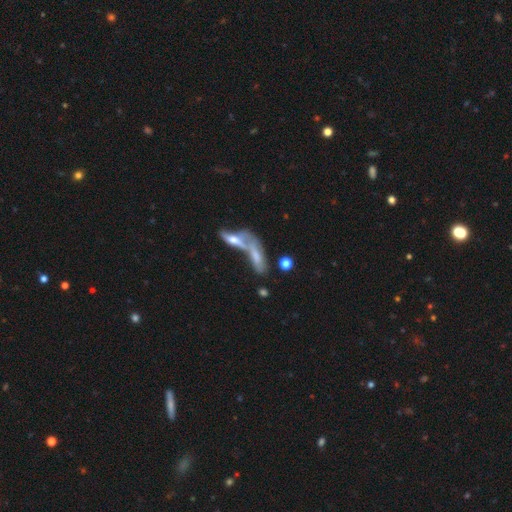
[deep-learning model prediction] Smooth or featured: smooth — 51% (featured or disk — 40%)
How rounded: in between — 50% (cigar-shaped — 46%)
Merging: merger — 61% (none — 20%)